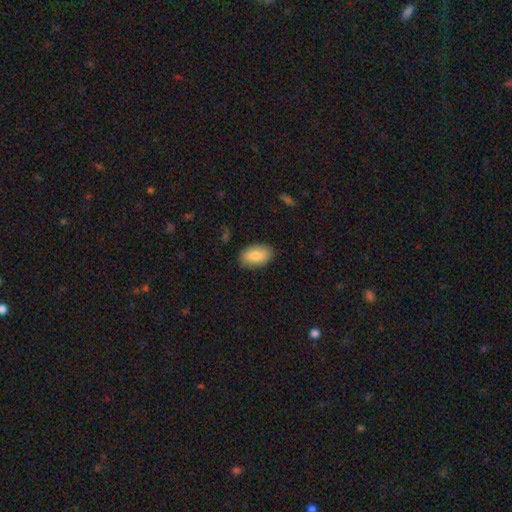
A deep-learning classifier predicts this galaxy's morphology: A smooth galaxy with no disk features (83%) that is in between round and cigar-shaped (93%). Merging: none (86%).